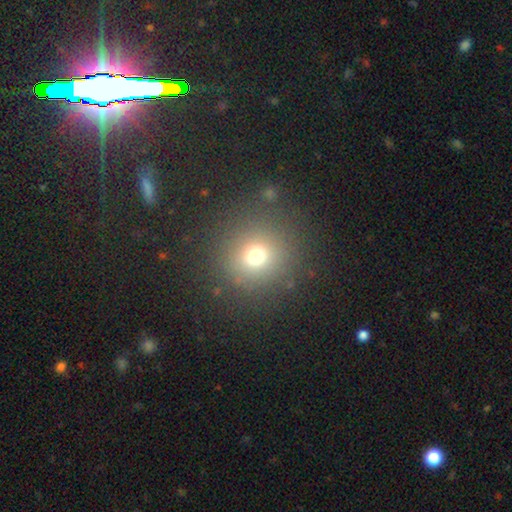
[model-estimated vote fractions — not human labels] A smooth galaxy with no disk features (71%) that is round (92%).

Vote fractions:
- Smooth or featured? smooth: 71% / star or artifact: 20% / featured or disk: 9%
- How rounded? round: 92% / in between: 7% / cigar-shaped: 1%
- Merging? none: 85% / minor disturbance: 8% / major disturbance: 5% / merger: 2%